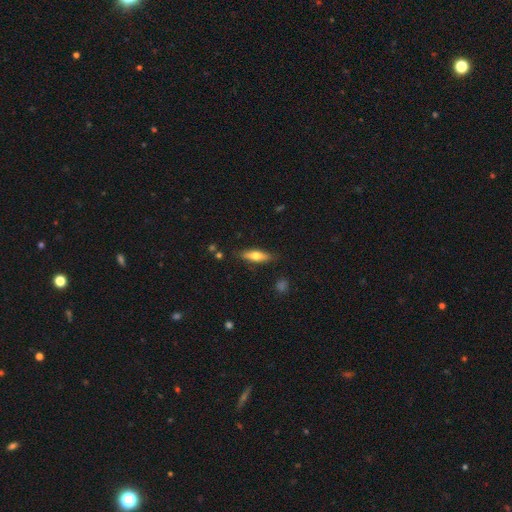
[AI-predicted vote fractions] Overall: smooth (59%; featured or disk 35%). How rounded: cigar-shaped (55%; in between 43%). Merging: none (85%).